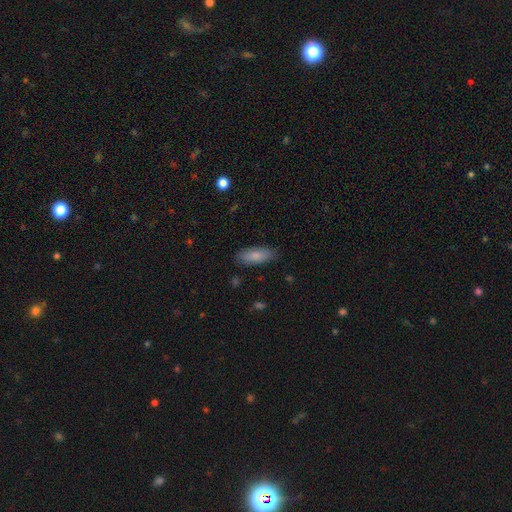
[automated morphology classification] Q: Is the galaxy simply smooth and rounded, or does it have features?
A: smooth — 83%.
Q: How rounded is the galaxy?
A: in between — 72%.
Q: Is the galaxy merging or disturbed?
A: none — 85%.